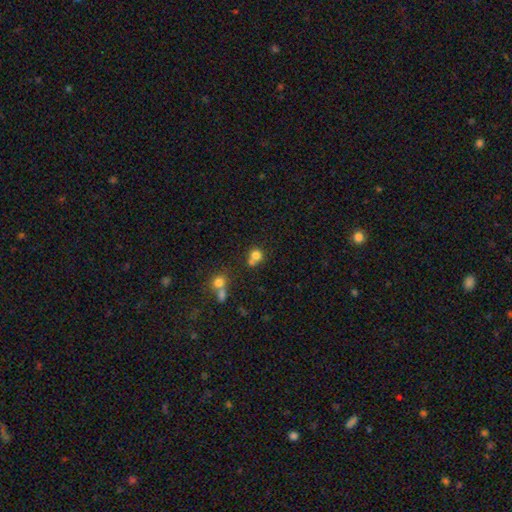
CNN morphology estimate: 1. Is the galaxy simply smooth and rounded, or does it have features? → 77% smooth, 13% star or artifact, 10% featured or disk.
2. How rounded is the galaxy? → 84% round, 15% in between, 1% cigar-shaped.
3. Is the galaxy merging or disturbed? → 47% none, 40% merger, 9% minor disturbance, 4% major disturbance.